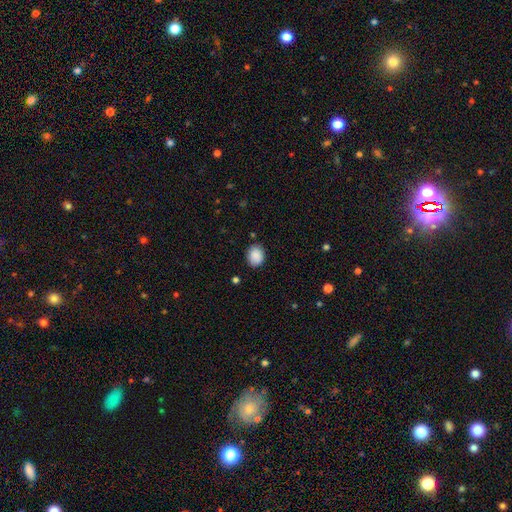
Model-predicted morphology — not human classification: Smooth or featured? smooth (89%)
How rounded? in between (59%)
Merging? none (84%)